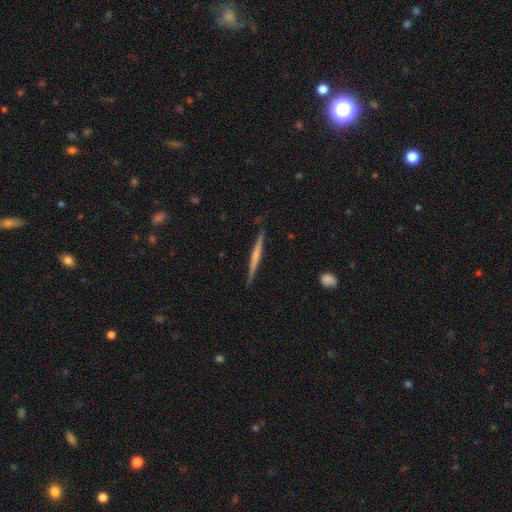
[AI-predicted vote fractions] featured or disk 55%, smooth 40%, star or artifact 5%. Down the decision tree: edge-on disk — yes (98%); edge-on bulge — none (67%); merging — none (88%).